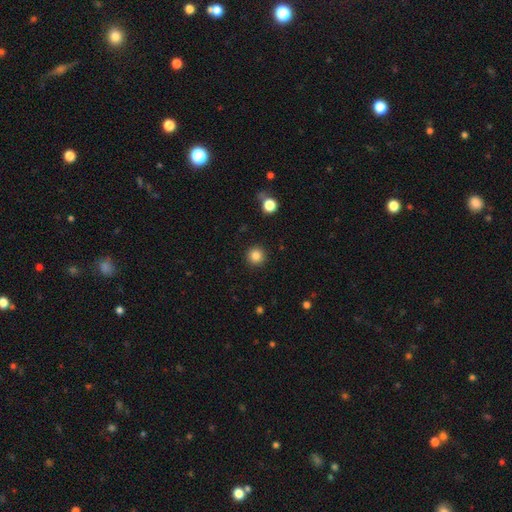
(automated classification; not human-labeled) Smooth or featured? Predicted: smooth (p=0.85). How rounded? Predicted: round (p=0.96). Merging? Predicted: none (p=0.92).